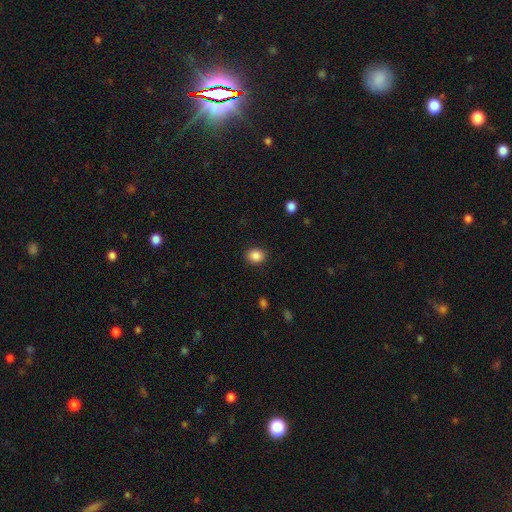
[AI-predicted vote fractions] A smooth galaxy with no disk features (87%) that is round (68%).

Vote fractions:
- Smooth or featured? smooth: 87% / star or artifact: 10% / featured or disk: 3%
- How rounded? round: 68% / in between: 31% / cigar-shaped: 1%
- Merging? none: 90% / minor disturbance: 7% / major disturbance: 2% / merger: 1%